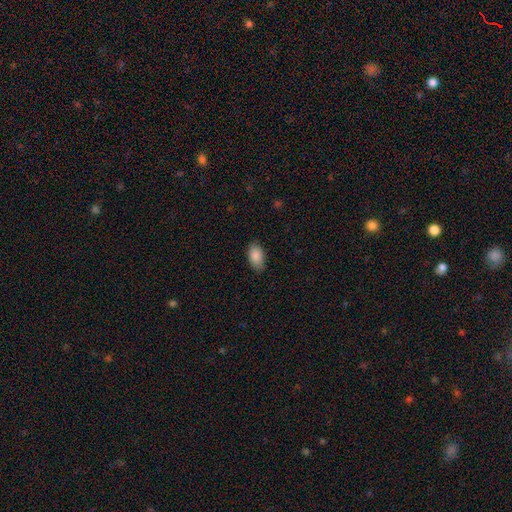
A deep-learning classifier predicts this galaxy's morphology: Smooth or featured?
  - smooth: 89% *
  - star or artifact: 7%
  - featured or disk: 4%
How rounded?
  - in between: 94% *
  - round: 4%
  - cigar-shaped: 2%
Merging?
  - none: 83% *
  - minor disturbance: 13%
  - major disturbance: 3%
  - merger: 1%